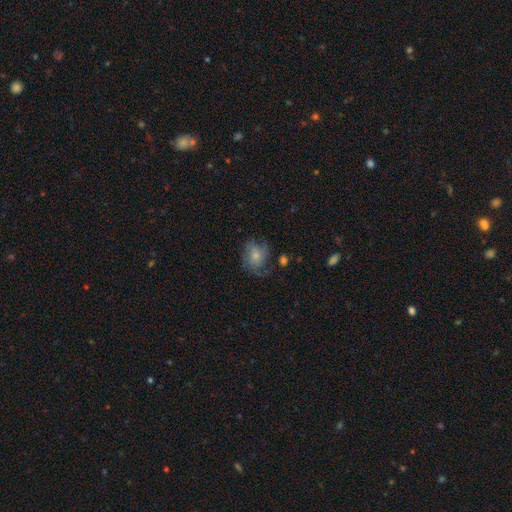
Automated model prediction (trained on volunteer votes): Overall: smooth (48%; featured or disk 43%). Merging: none (51%; minor disturbance 25%).